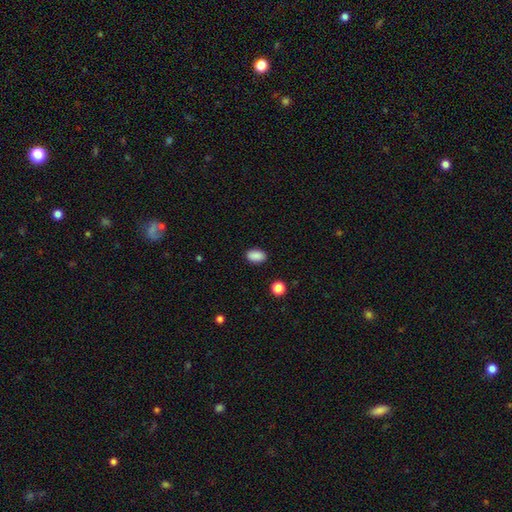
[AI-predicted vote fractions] Q: Smooth or featured?
A: smooth (89%); runner-up: star or artifact (8%)
Q: How rounded?
A: in between (89%); runner-up: round (9%)
Q: Merging?
A: none (88%); runner-up: minor disturbance (8%)